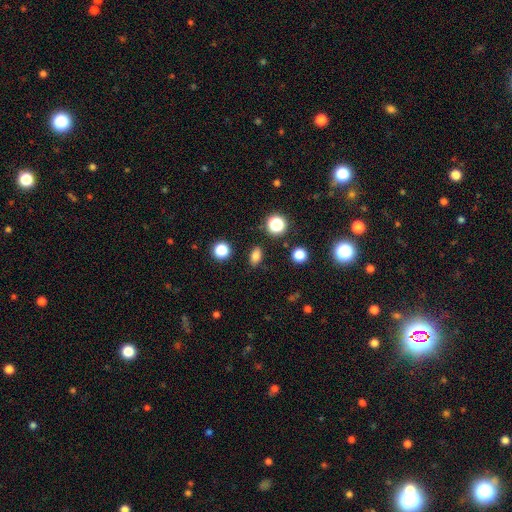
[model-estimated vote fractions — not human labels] This is likely a smooth galaxy (79%). How rounded: likely in between (77%). Merging: clearly none (87%).